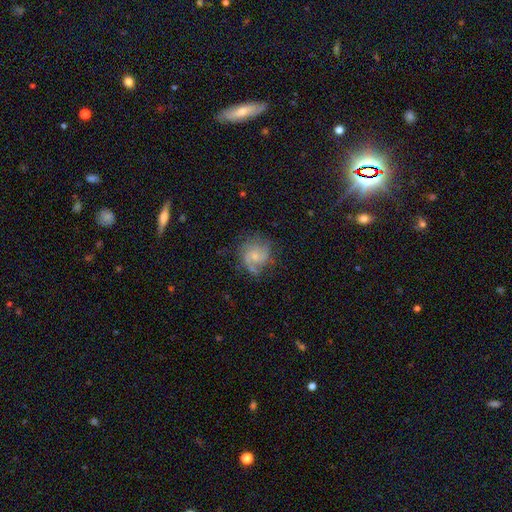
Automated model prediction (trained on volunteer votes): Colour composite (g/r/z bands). It shows a featured or disk galaxy (67%) with no bar (71%), 2 (38%) medium (41%) spiral arms (89%) and a small central bulge (60%). Merging: none (67%).